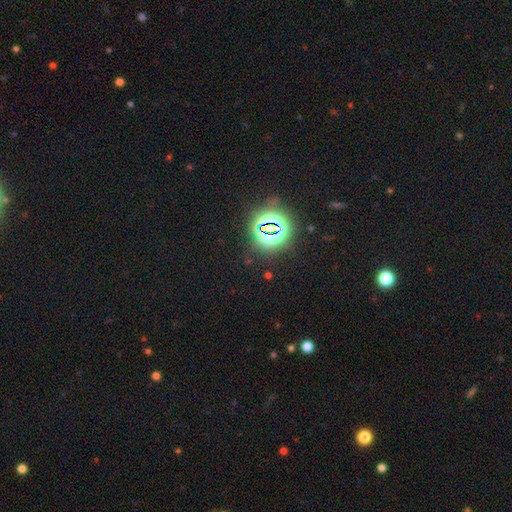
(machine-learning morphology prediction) type=star or artifact (83%).